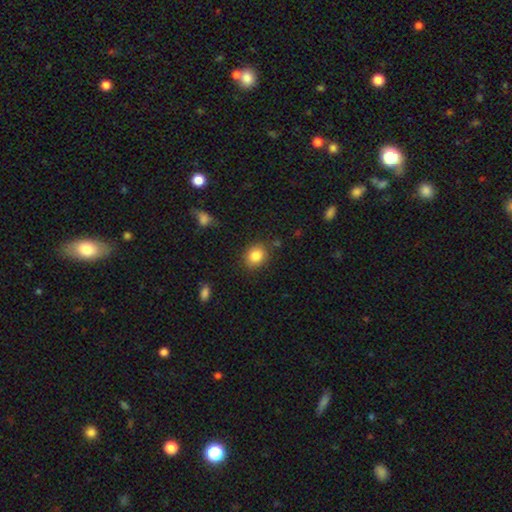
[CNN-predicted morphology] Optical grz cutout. It shows a smooth galaxy with no disk features (85%) that is round (59%). Merging: none (83%).